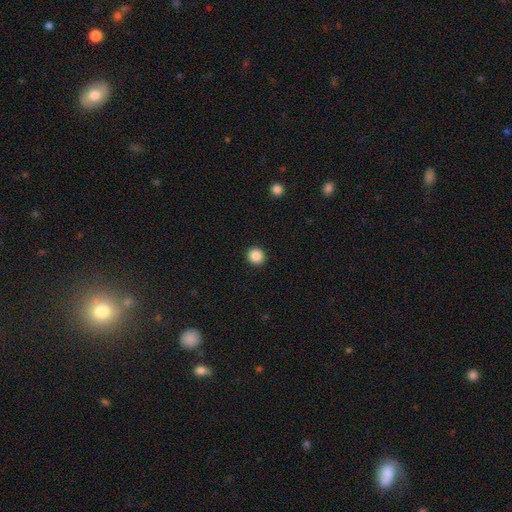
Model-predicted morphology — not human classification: type=smooth (87%); roundness=round (92%); merging=none (93%).